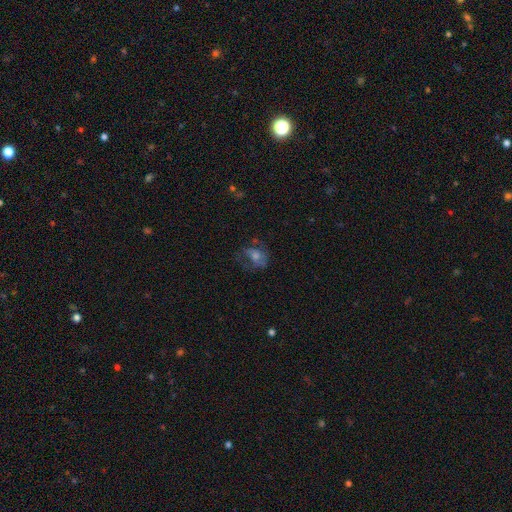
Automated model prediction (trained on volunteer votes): Overall: featured or disk (45%; smooth 39%). Merging: none (50%; major disturbance 26%).